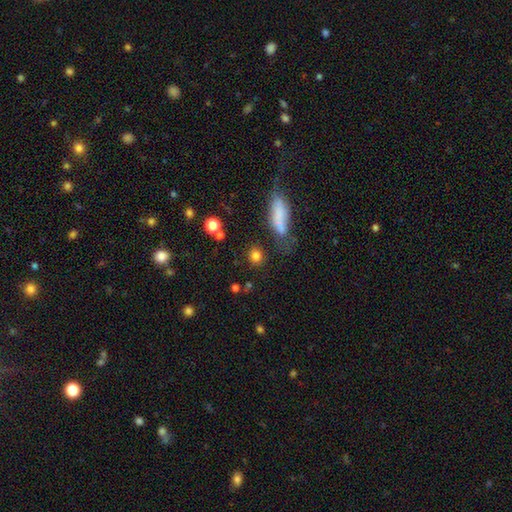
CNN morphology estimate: Q: Smooth or featured?
A: smooth (80%); runner-up: star or artifact (12%)
Q: How rounded?
A: round (71%); runner-up: in between (24%)
Q: Merging?
A: none (77%); runner-up: minor disturbance (11%)